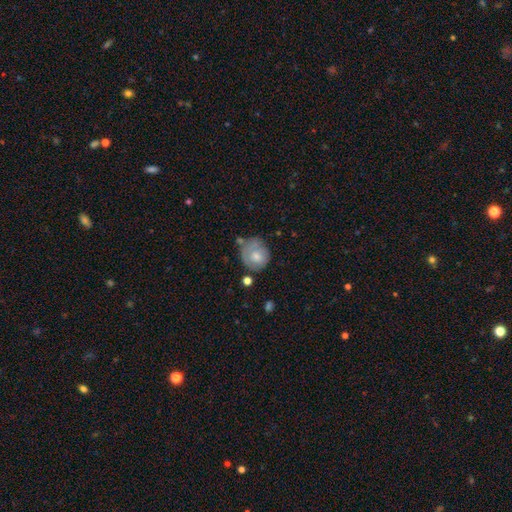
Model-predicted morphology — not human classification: Smooth or featured? smooth (66%)
How rounded? round (79%)
Merging? none (54%)